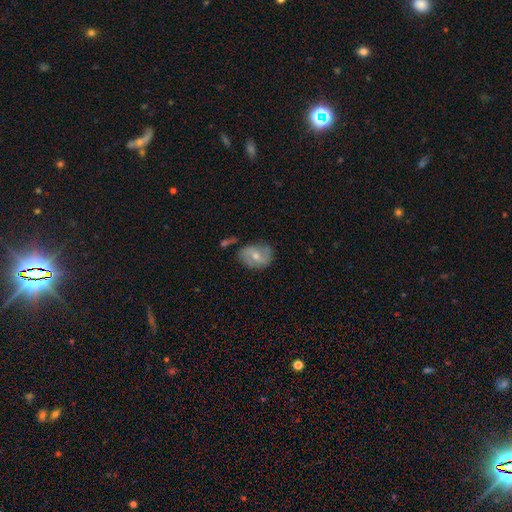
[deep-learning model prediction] Smooth or featured: featured or disk — 58% (smooth — 34%)
Edge-on disk: no — 96% (yes — 4%)
Bar: weak — 48% (no — 33%)
Spiral arms: yes — 79% (no — 21%)
Bulge size: moderate — 55% (small — 40%)
Merging: none — 63% (minor disturbance — 24%)